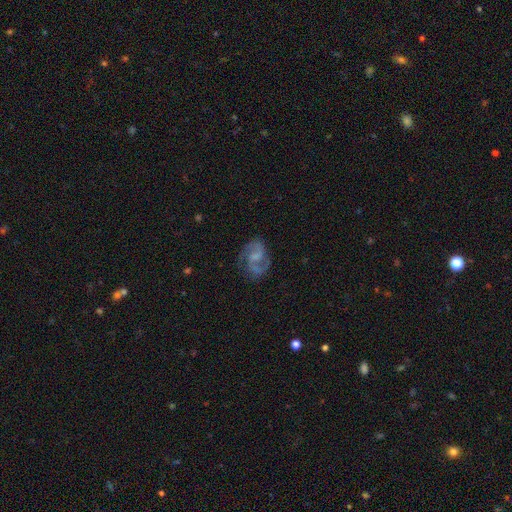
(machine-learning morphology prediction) Smooth or featured?
  - featured or disk: 83% *
  - smooth: 11%
  - star or artifact: 6%
Edge-on disk?
  - no: 98% *
  - yes: 2%
Bar?
  - weak: 52% *
  - no: 33%
  - strong: 15%
Spiral arms?
  - yes: 95% *
  - no: 5%
Spiral winding?
  - medium: 54% *
  - loose: 30%
  - tight: 16%
Spiral arm count?
  - 2: 89% *
  - can't tell: 4%
  - 3: 2%
  - 1: 2%
  - 4: 1%
  - more than 4: 1%
Bulge size?
  - none: 42% *
  - small: 30%
  - moderate: 22%
  - large: 4%
  - dominant: 1%
Merging?
  - none: 71% *
  - minor disturbance: 17%
  - major disturbance: 10%
  - merger: 2%